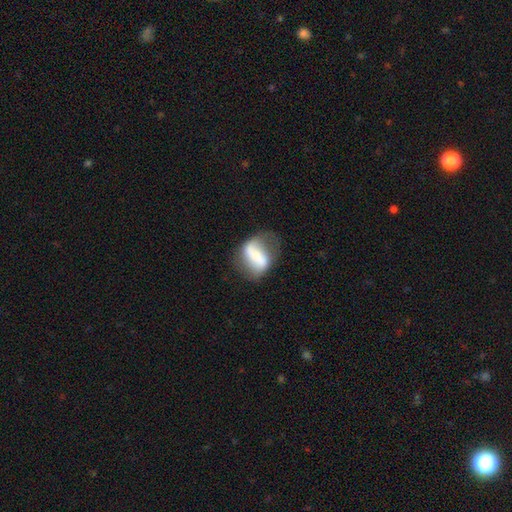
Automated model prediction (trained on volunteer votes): smooth-or-featured: featured or disk: 67% | smooth: 26% | star or artifact: 7%
  disk-edge-on: no: 95% | yes: 5%
    bar: strong: 47% | weak: 29% | no: 24%
    has-spiral-arms: yes: 79% | no: 21%
      spiral-winding: loose: 68% | medium: 24% | tight: 8%
      spiral-arm-count: 2: 82% | 1: 8% | can't tell: 6% | 3: 1% | 4: 1% | more than 4: 1%
    bulge-size: small: 46% | moderate: 40% | large: 6% | none: 5% | dominant: 2%
  merging: none: 54% | minor disturbance: 25% | major disturbance: 18% | merger: 3%